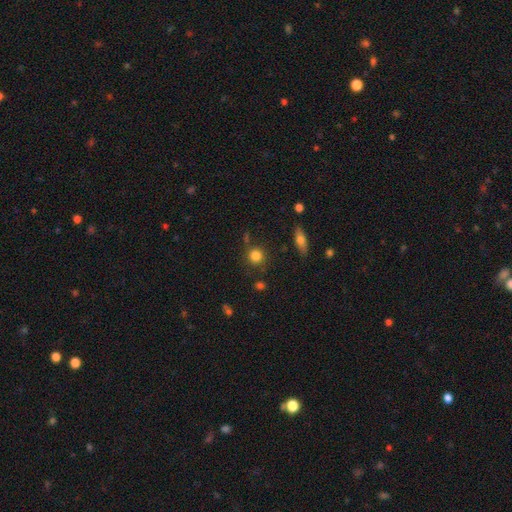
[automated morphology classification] Smooth or featured?
  - smooth: 83% *
  - star or artifact: 11%
  - featured or disk: 6%
How rounded?
  - round: 89% *
  - in between: 9%
  - cigar-shaped: 1%
Merging?
  - none: 80% *
  - minor disturbance: 11%
  - merger: 6%
  - major disturbance: 3%